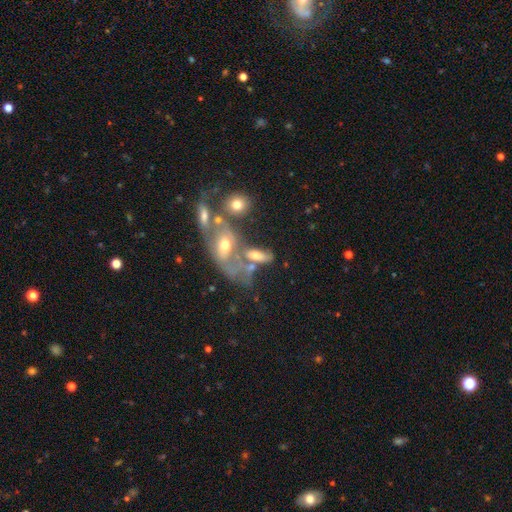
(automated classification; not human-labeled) smooth-or-featured: smooth: 51% | featured or disk: 37% | star or artifact: 12%
  how-rounded: in between: 80% | cigar-shaped: 12% | round: 8%
  merging: merger: 47% | none: 24% | major disturbance: 15% | minor disturbance: 14%